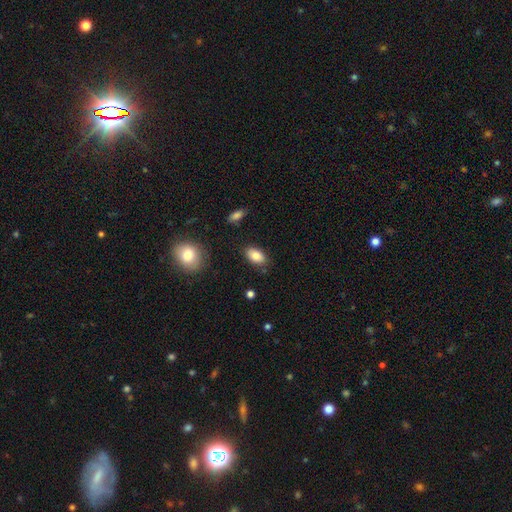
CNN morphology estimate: The model was most divided on "merging": none: 83%, minor disturbance: 12%, major disturbance: 3%, merger: 2%. More confident: how rounded — in between (91%); smooth or featured — smooth (84%).